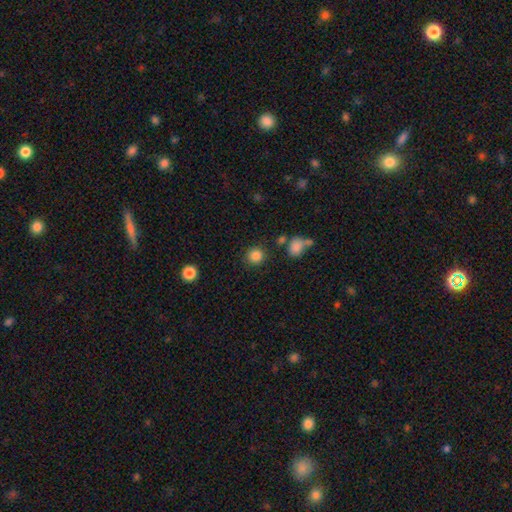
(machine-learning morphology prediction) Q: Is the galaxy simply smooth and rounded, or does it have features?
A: smooth — 84%.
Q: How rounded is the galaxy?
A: round — 90%.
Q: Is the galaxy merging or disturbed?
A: none — 84%.